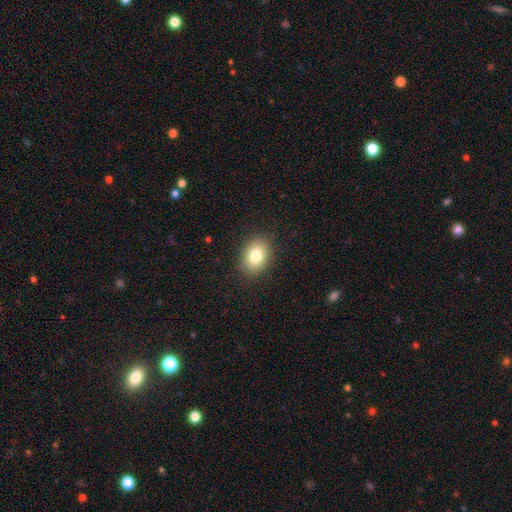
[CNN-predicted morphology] Smooth or featured? Predicted: smooth (p=0.81). How rounded? Predicted: in between (p=0.70). Merging? Predicted: none (p=0.87).